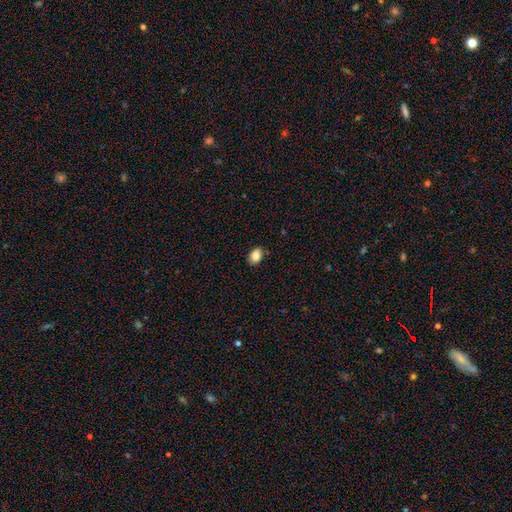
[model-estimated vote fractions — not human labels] smooth-or-featured: smooth: 86% | star or artifact: 9% | featured or disk: 5%
  how-rounded: in between: 71% | round: 28% | cigar-shaped: 1%
  merging: none: 86% | minor disturbance: 11% | major disturbance: 2% | merger: 1%